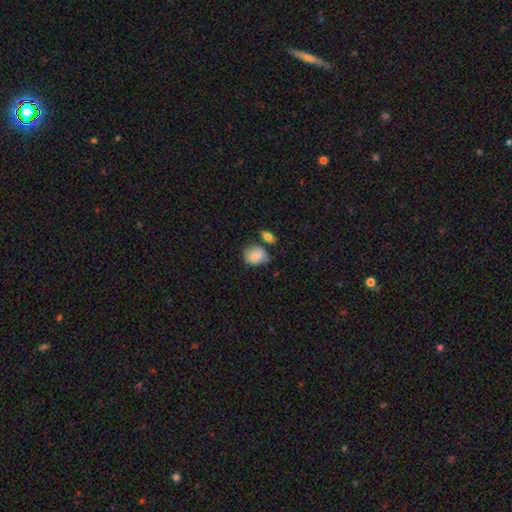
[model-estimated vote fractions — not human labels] This appears to be a smooth galaxy with no disk features (81%) that is in between round and cigar-shaped (50%). Merging: none (48%).